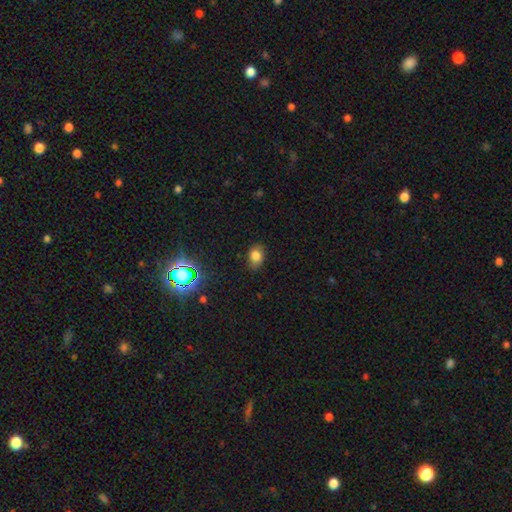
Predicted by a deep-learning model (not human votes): A smooth galaxy with no disk features (78%) that is in between round and cigar-shaped (70%).

Vote fractions:
- Smooth or featured? smooth: 78% / star or artifact: 15% / featured or disk: 7%
- How rounded? in between: 70% / round: 28% / cigar-shaped: 1%
- Merging? none: 77% / minor disturbance: 17% / major disturbance: 4% / merger: 1%